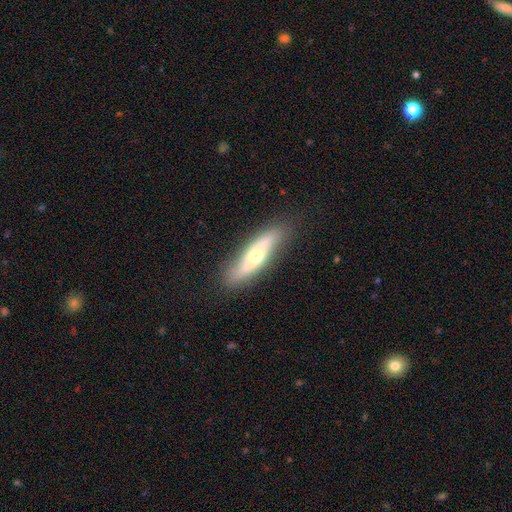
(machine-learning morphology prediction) This is possibly a featured or disk galaxy (52%). It is possibly viewed edge-on (51%). Merging: clearly none (84%).